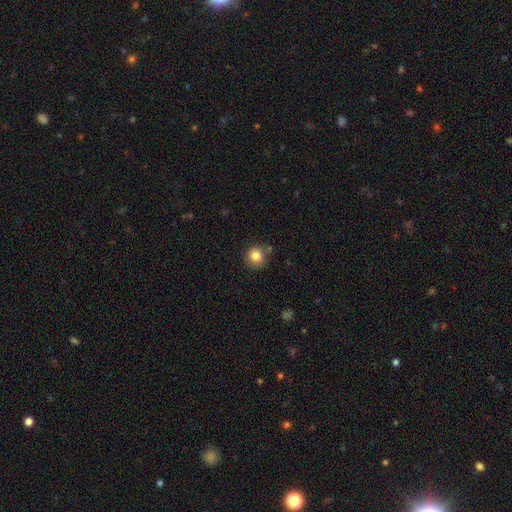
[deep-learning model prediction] smooth 83%, star or artifact 10%, featured or disk 7%. Down the decision tree: how rounded — round (90%); merging — none (77%).